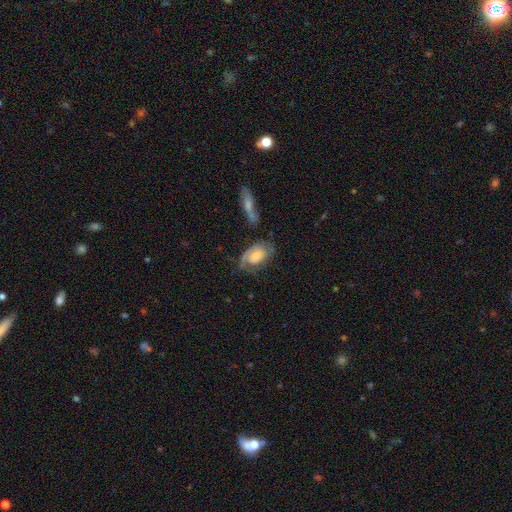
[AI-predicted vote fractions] Smooth or featured? Predicted: featured or disk (p=0.52). Edge-on disk? Predicted: no (p=0.94). Merging? Predicted: none (p=0.44).